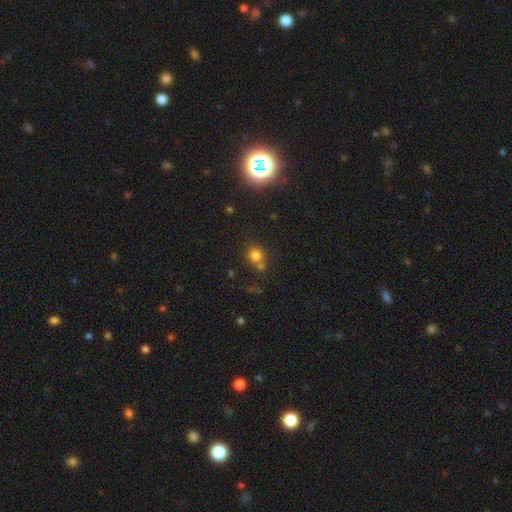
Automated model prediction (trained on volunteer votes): Morphology: type=smooth (75%); roundness=round (84%); merging=none (58%).